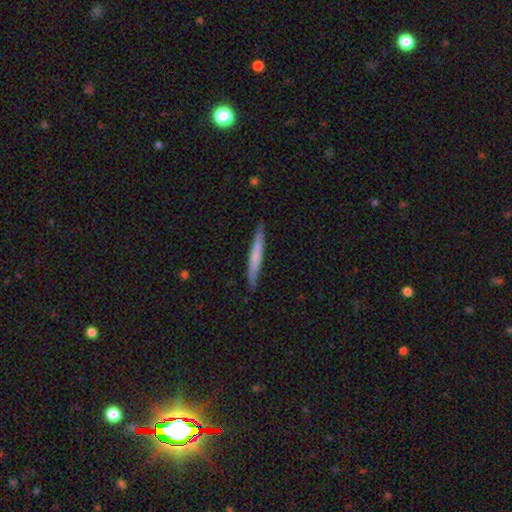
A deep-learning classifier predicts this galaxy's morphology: This appears to be a smooth galaxy with no disk features (58%) that is cigar-shaped (96%). Merging: none (88%).